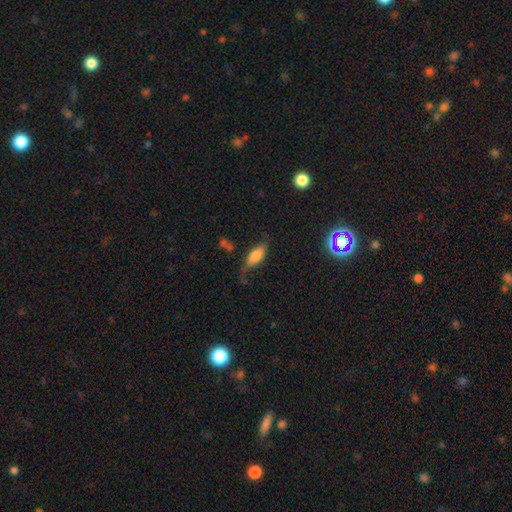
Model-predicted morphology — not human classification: This is likely a smooth galaxy (63%). How rounded: likely in between (77%). Merging: possibly none (53%).